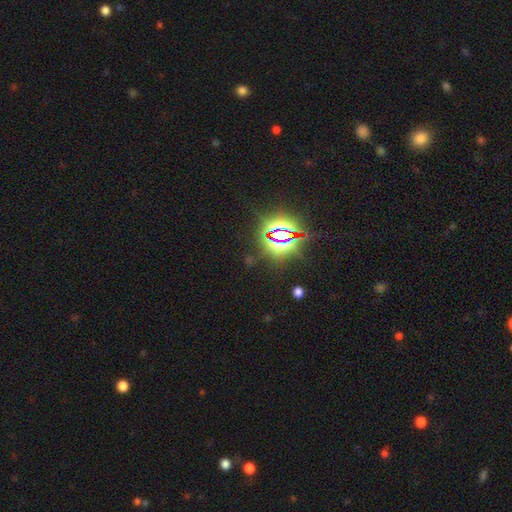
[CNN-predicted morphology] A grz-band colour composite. It shows a star or artifact, not a galaxy (83%).